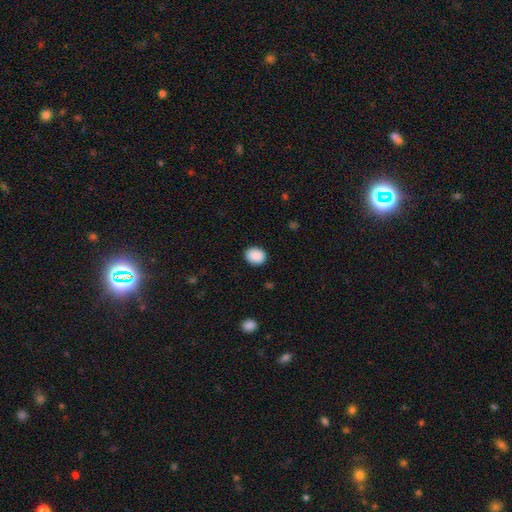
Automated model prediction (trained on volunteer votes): Smooth or featured? smooth (90%)
How rounded? round (54%)
Merging? none (89%)